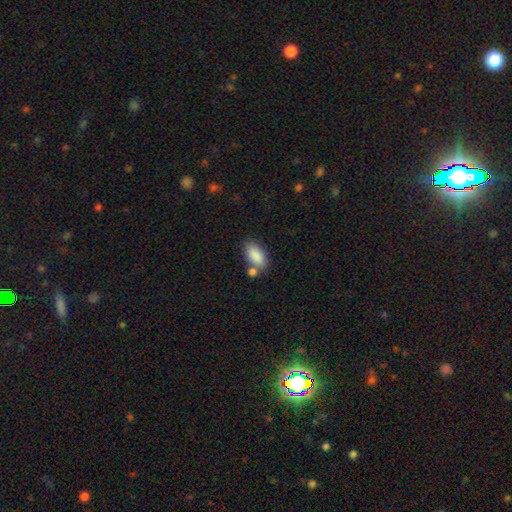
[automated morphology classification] Q: Smooth or featured?
A: smooth (87%); runner-up: star or artifact (7%)
Q: How rounded?
A: in between (91%); runner-up: cigar-shaped (5%)
Q: Merging?
A: none (59%); runner-up: merger (21%)